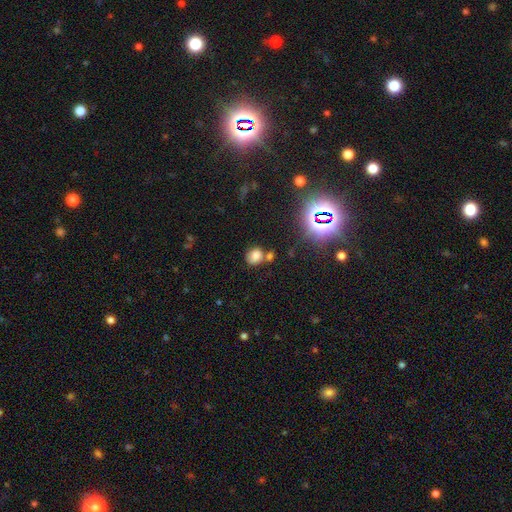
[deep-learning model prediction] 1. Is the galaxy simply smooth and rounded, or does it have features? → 73% smooth, 18% star or artifact, 9% featured or disk.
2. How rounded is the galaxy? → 63% round, 36% in between, 1% cigar-shaped.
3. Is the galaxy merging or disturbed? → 60% none, 20% merger, 15% minor disturbance, 5% major disturbance.